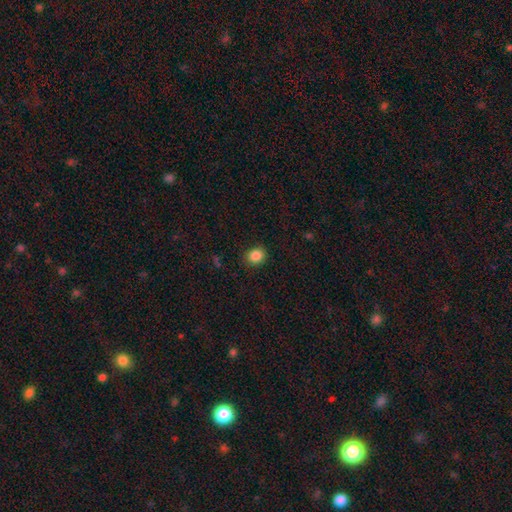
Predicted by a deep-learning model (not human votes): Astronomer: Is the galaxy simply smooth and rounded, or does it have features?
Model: smooth — 86%.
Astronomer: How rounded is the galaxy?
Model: round — 62%.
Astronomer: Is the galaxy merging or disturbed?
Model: none — 88%.